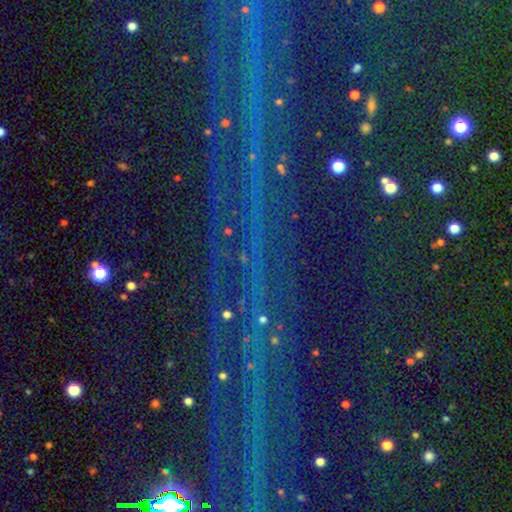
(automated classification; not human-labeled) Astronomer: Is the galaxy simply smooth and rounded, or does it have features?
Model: star or artifact — 84%.